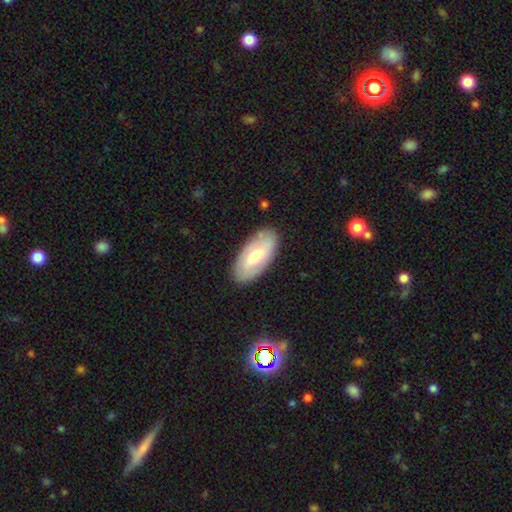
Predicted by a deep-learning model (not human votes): Morphology: type=smooth (48%); merging=none (85%).